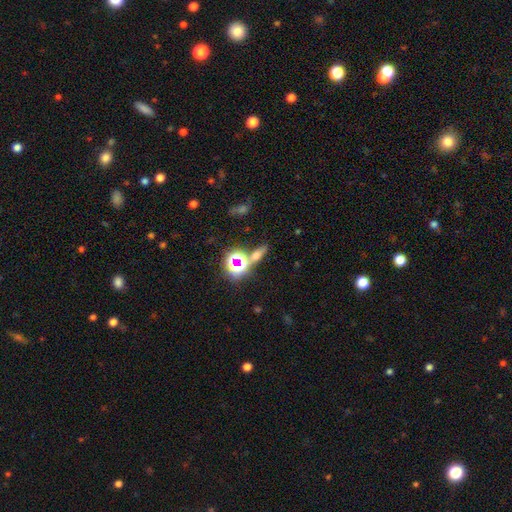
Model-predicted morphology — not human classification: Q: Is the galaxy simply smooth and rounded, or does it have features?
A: smooth — 45%.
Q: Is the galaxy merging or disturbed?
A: none — 69%.